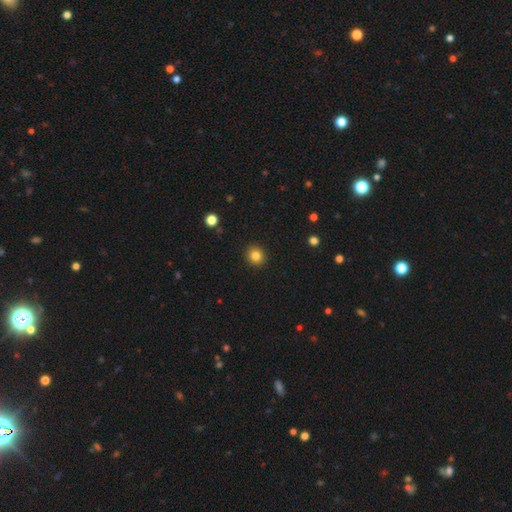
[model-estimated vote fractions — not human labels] This is clearly a smooth galaxy (83%). How rounded: clearly round (86%). Merging: clearly none (92%).